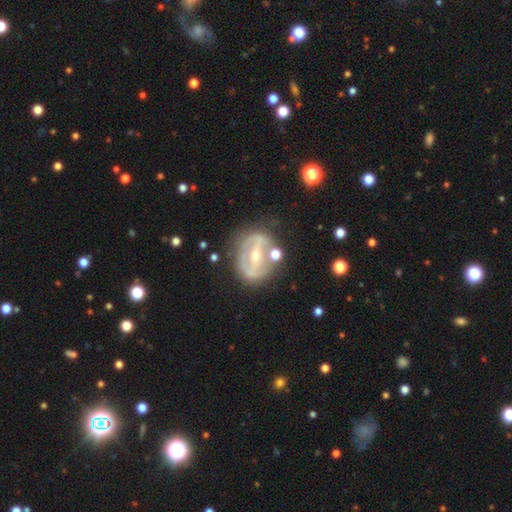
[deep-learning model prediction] A featured or disk galaxy (77%) with a strong bar (56%), spiral arms (55%) and a small central bulge (56%).

Vote fractions:
- Smooth or featured? featured or disk: 77% / smooth: 16% / star or artifact: 7%
- Edge-on disk? no: 94% / yes: 6%
- Bar? strong: 56% / weak: 27% / no: 17%
- Spiral arms? yes: 55% / no: 45%
- Bulge size? small: 56% / moderate: 40% / large: 2% / none: 1% / dominant: 1%
- Merging? none: 65% / minor disturbance: 19% / major disturbance: 10% / merger: 6%